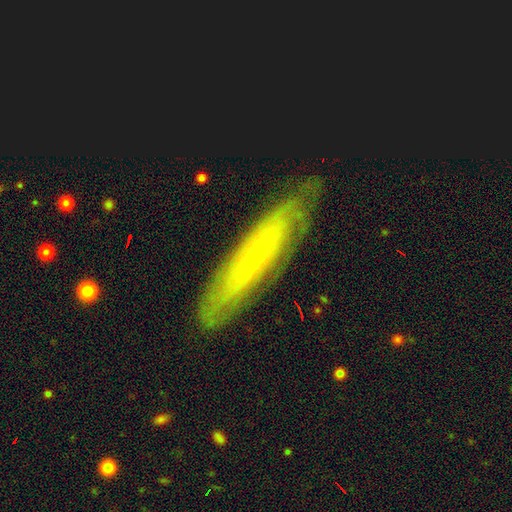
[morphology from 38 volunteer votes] type=featured or disk (71%); edge-on=no (85%); bar=no (61%); spiral arms=yes (96%); winding=tight (82%); arm count=can't tell (73%); bulge=small (83%); merging=none (65%).